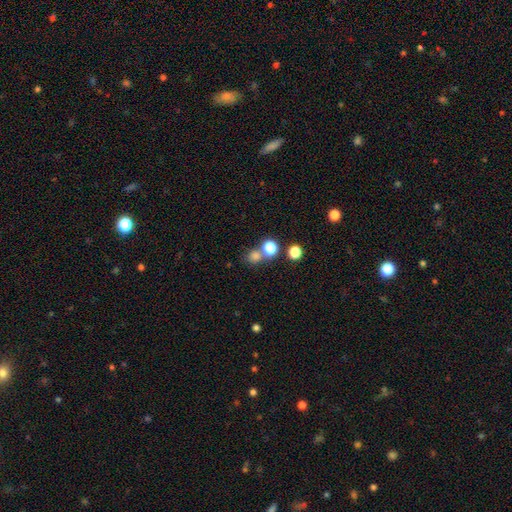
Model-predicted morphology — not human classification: A smooth galaxy with no disk features (76%) that is round (81%).

Vote fractions:
- Smooth or featured? smooth: 76% / star or artifact: 17% / featured or disk: 7%
- How rounded? round: 81% / in between: 18% / cigar-shaped: 1%
- Merging? none: 55% / merger: 33% / minor disturbance: 7% / major disturbance: 4%